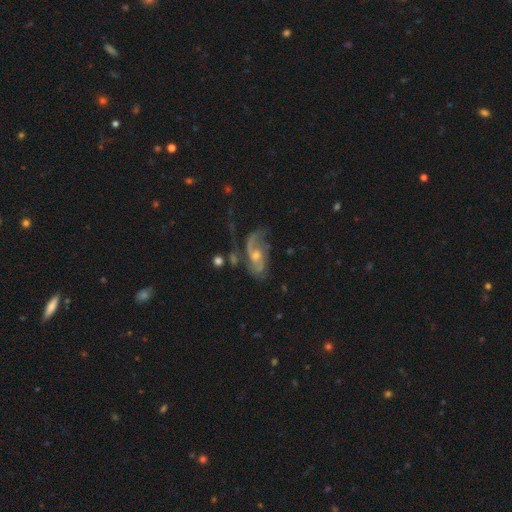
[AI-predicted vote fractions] The model was most divided on "spiral winding": medium: 42%, loose: 40%, tight: 18%. Remaining: edge-on disk — no (95%); spiral arms — yes (91%); smooth or featured — featured or disk (81%); spiral arm count — 2 (66%); bar — no (62%); bulge size — moderate (52%); merging — none (49%).